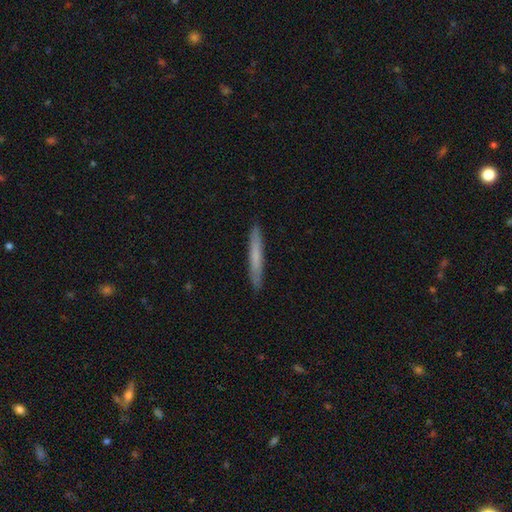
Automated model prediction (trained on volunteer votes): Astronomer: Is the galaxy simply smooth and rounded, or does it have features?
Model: smooth — 67%.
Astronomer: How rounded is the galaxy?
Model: cigar-shaped — 96%.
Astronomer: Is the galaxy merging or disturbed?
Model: none — 92%.